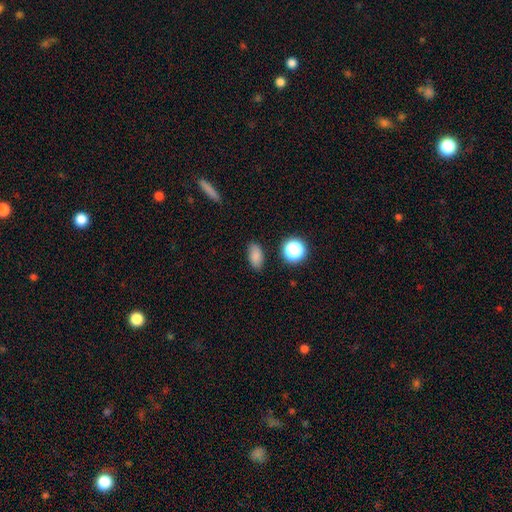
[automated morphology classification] Smooth or featured?
  - smooth: 82% *
  - star or artifact: 13%
  - featured or disk: 6%
How rounded?
  - in between: 86% *
  - round: 10%
  - cigar-shaped: 4%
Merging?
  - none: 83% *
  - minor disturbance: 12%
  - major disturbance: 3%
  - merger: 2%